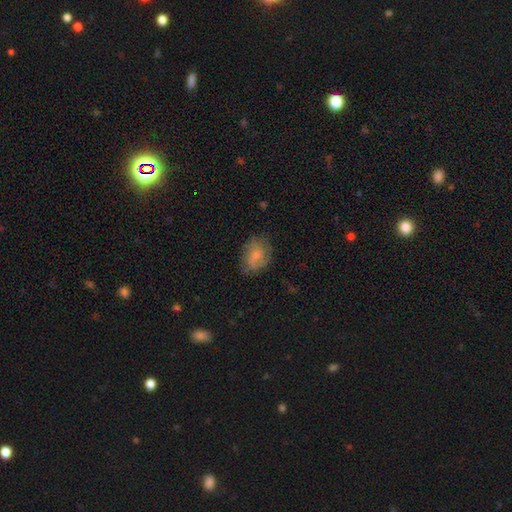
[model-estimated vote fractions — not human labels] smooth 51%, featured or disk 40%, star or artifact 9%. Down the decision tree: how rounded — in between (68%); merging — none (69%).